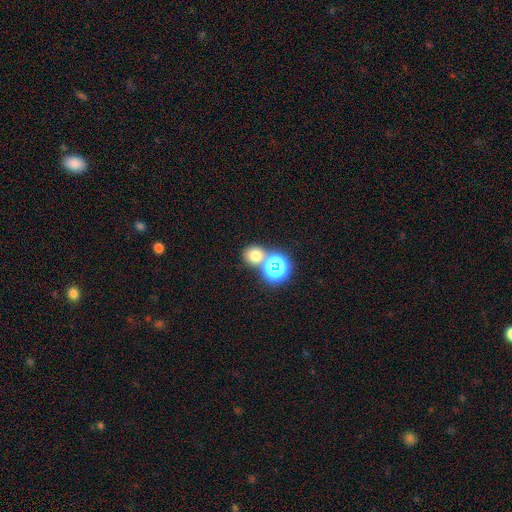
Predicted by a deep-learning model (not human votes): This appears to be a smooth galaxy with no disk features (64%) that is round (78%). Merging: none (61%).